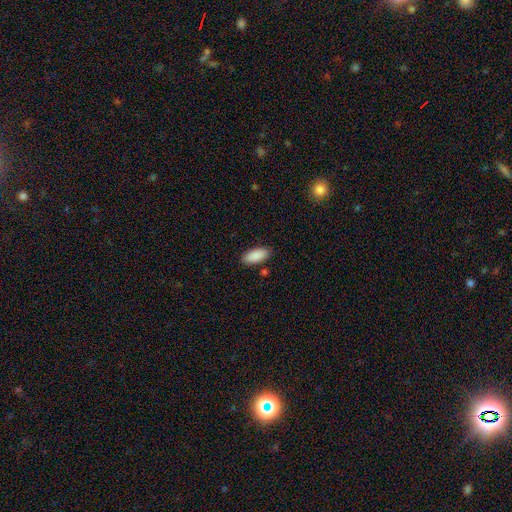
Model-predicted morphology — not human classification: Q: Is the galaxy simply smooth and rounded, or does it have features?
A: smooth — 90%.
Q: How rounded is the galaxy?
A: in between — 87%.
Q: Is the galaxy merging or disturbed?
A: none — 86%.